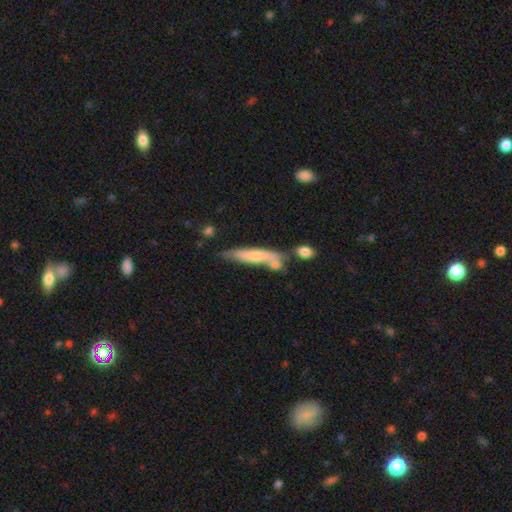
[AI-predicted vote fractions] Overall: smooth (56%; featured or disk 37%). How rounded: cigar-shaped (87%). Merging: none (52%; minor disturbance 21%).